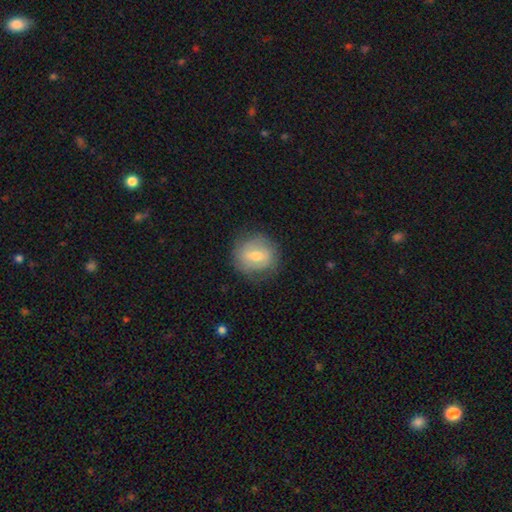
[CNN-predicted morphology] Smooth or featured: smooth — 56% (featured or disk — 36%)
How rounded: round — 81% (in between — 18%)
Merging: none — 78% (minor disturbance — 15%)